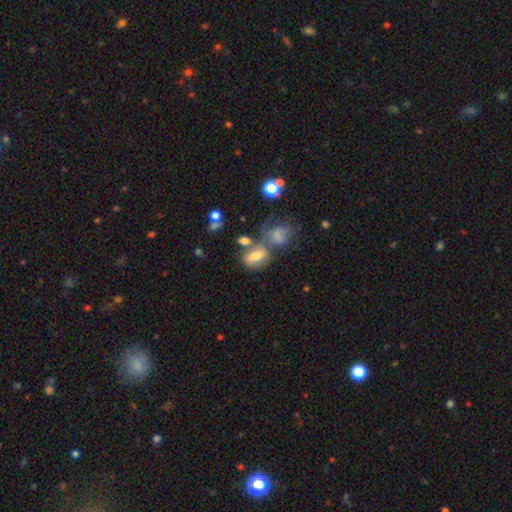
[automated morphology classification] A smooth galaxy with no disk features (64%) that is in between round and cigar-shaped (78%). Merging: none (41%).